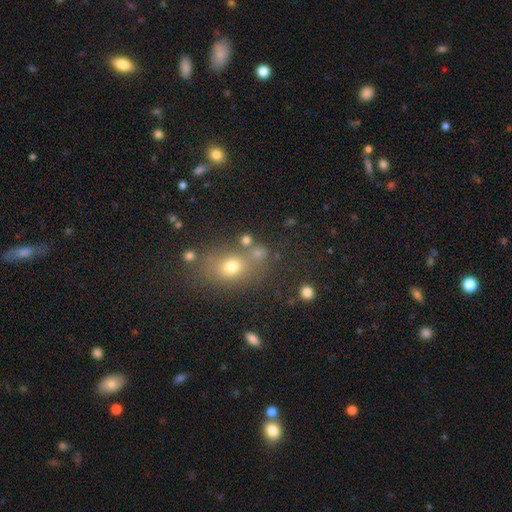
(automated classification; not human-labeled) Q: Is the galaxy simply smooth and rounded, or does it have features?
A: smooth — 59%.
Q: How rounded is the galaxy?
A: round — 52%.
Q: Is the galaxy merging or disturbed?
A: none — 67%.